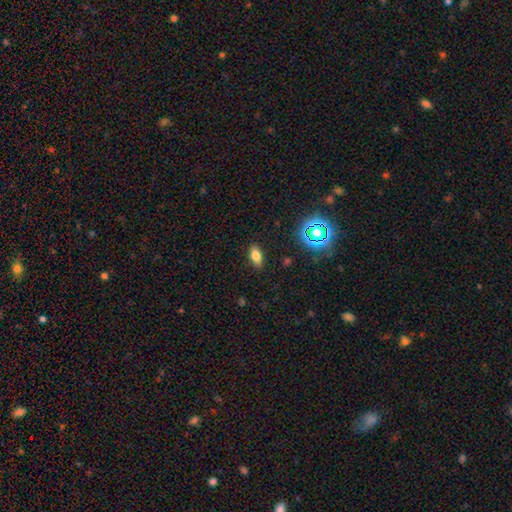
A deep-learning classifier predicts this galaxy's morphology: Smooth or featured? Predicted: smooth (p=0.69). How rounded? Predicted: in between (p=0.82). Merging? Predicted: none (p=0.87).